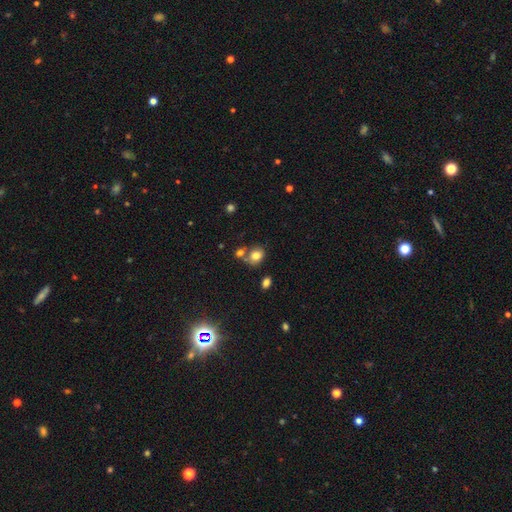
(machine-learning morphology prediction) Smooth or featured?
  - smooth: 78% *
  - star or artifact: 11%
  - featured or disk: 11%
How rounded?
  - round: 56% *
  - in between: 43%
  - cigar-shaped: 1%
Merging?
  - none: 54% *
  - merger: 27%
  - minor disturbance: 13%
  - major disturbance: 5%